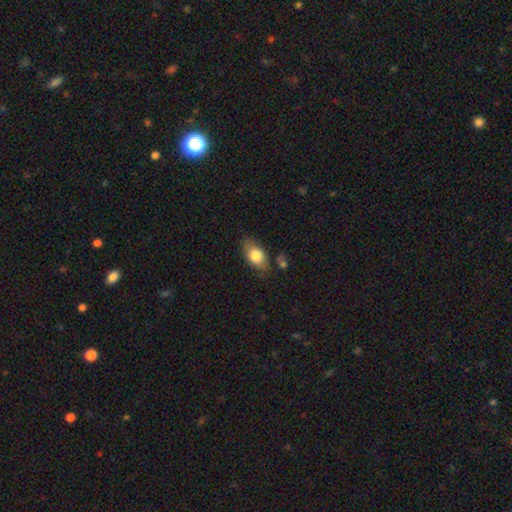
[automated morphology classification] A smooth galaxy with no disk features (75%) that is in between round and cigar-shaped (89%).

Vote fractions:
- Smooth or featured? smooth: 75% / featured or disk: 18% / star or artifact: 7%
- How rounded? in between: 89% / round: 7% / cigar-shaped: 4%
- Merging? none: 73% / minor disturbance: 19% / major disturbance: 5% / merger: 3%